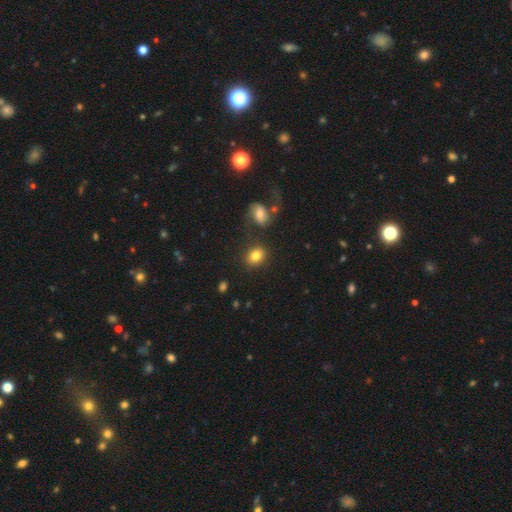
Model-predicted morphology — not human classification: Overall: smooth (81%). How rounded: in between (57%; round 42%). Merging: none (75%).